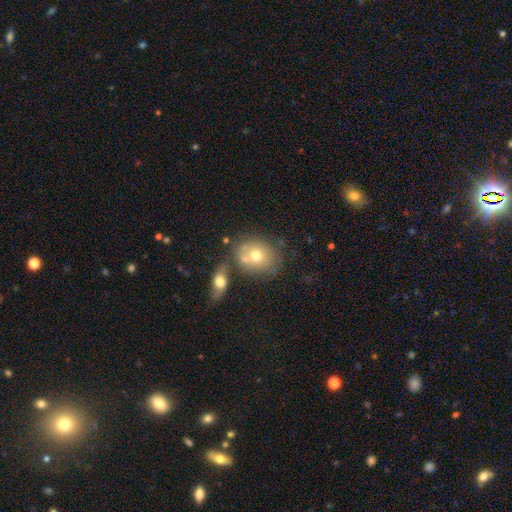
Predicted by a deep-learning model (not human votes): smooth 65%, featured or disk 25%, star or artifact 9%. Down the decision tree: how rounded — round (55%); merging — none (47%).